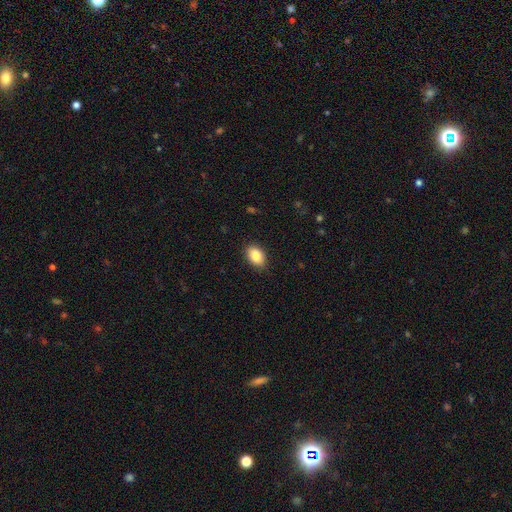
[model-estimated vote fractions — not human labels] smooth_or_featured: smooth (p=0.86) [alt: star or artifact p=0.08]
how_rounded: in between (p=0.86) [alt: round p=0.13]
merging: none (p=0.86) [alt: minor disturbance p=0.11]